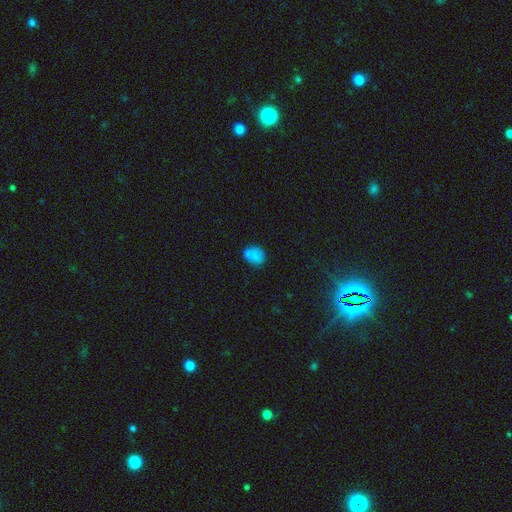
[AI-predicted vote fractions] This is likely a smooth galaxy (77%). How rounded: possibly round (58%). Merging: possibly none (59%).